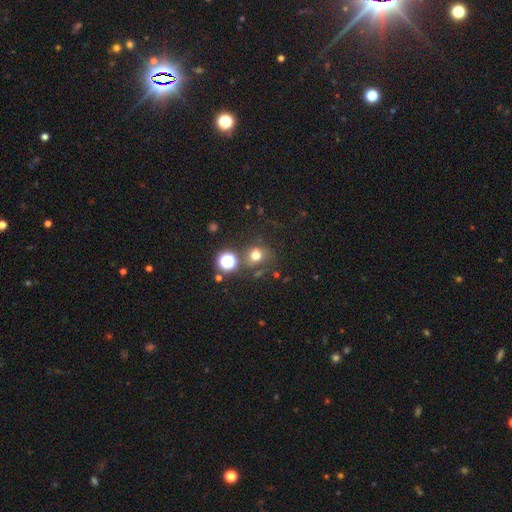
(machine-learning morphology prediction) Q: Smooth or featured?
A: smooth (69%); runner-up: star or artifact (22%)
Q: How rounded?
A: round (80%); runner-up: in between (19%)
Q: Merging?
A: none (65%); runner-up: minor disturbance (14%)